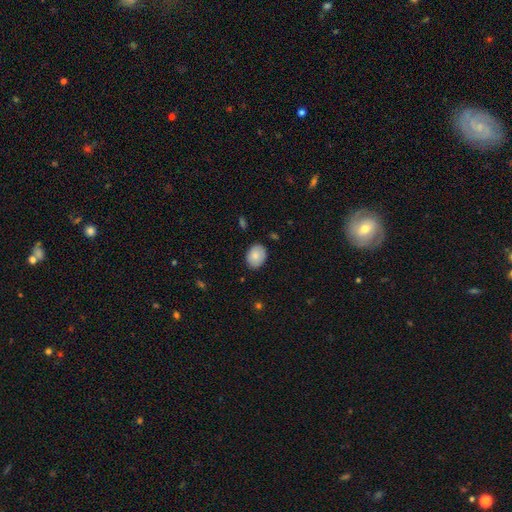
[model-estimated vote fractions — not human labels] Smooth or featured? smooth (84%)
How rounded? in between (63%)
Merging? none (84%)